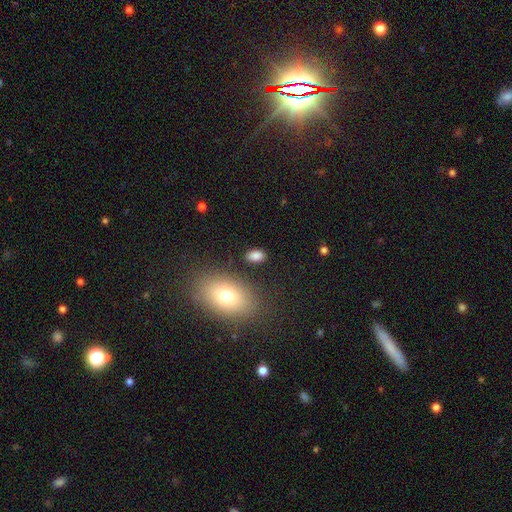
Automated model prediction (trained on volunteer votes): A smooth galaxy with no disk features (84%) that is in between round and cigar-shaped (90%). Merging: none (83%).